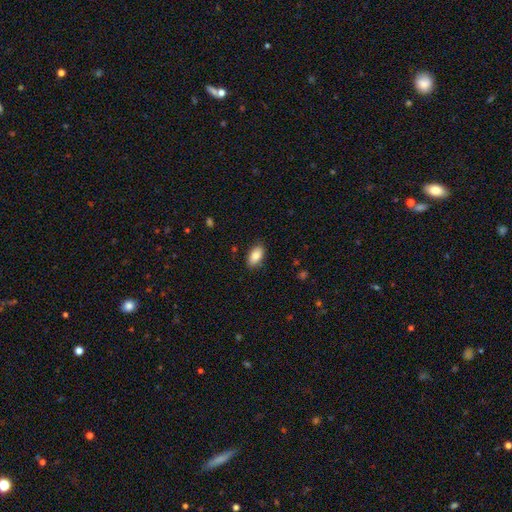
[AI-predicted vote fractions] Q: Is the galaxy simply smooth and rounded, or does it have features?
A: smooth — 85%.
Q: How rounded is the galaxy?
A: in between — 93%.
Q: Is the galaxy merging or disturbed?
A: none — 87%.